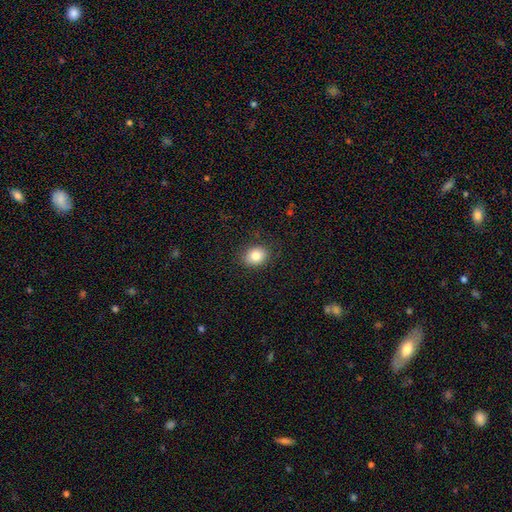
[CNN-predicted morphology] This appears to be a smooth galaxy with no disk features (83%) that is in between round and cigar-shaped (56%). Merging: none (86%).